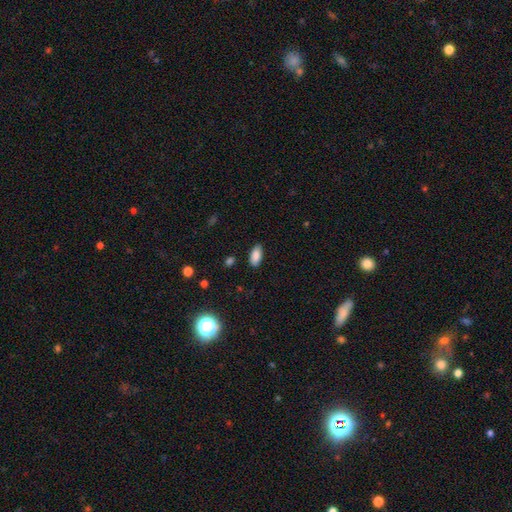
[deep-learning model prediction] smooth 87%, star or artifact 8%, featured or disk 5%. Down the decision tree: how rounded — in between (91%); merging — none (86%).